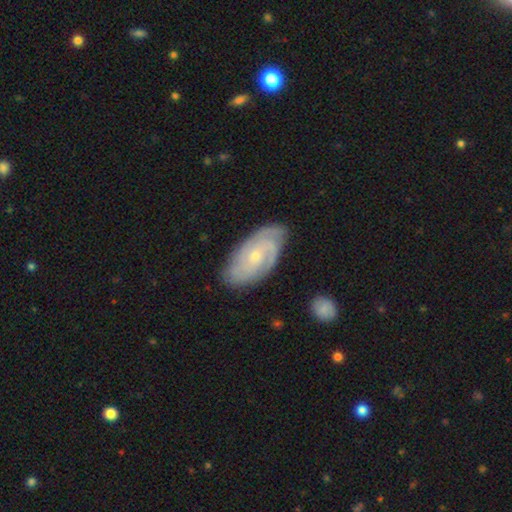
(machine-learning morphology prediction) A featured or disk galaxy (81%) with no bar (70%), 2 (29%) tight (68%) spiral arms (96%) and a small central bulge (70%).

Vote fractions:
- Smooth or featured? featured or disk: 81% / smooth: 13% / star or artifact: 5%
- Edge-on disk? no: 95% / yes: 5%
- Bar? no: 70% / weak: 26% / strong: 4%
- Spiral arms? yes: 96% / no: 4%
- Spiral winding? tight: 68% / medium: 26% / loose: 5%
- Spiral arm count? 2: 29% / 3: 28% / can't tell: 25% / 4: 9% / 1: 5% / more than 4: 4%
- Bulge size? small: 70% / moderate: 26% / none: 2% / large: 1% / dominant: 1%
- Merging? none: 79% / minor disturbance: 16% / major disturbance: 4% / merger: 1%